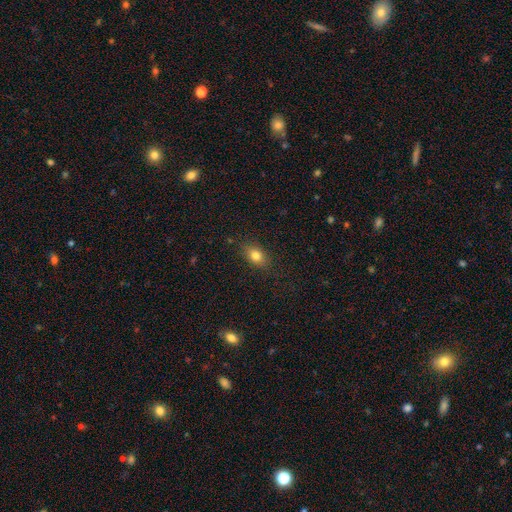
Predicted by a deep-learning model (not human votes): This appears to be a smooth galaxy with no disk features (81%) that is in between round and cigar-shaped (76%). Merging: none (84%).